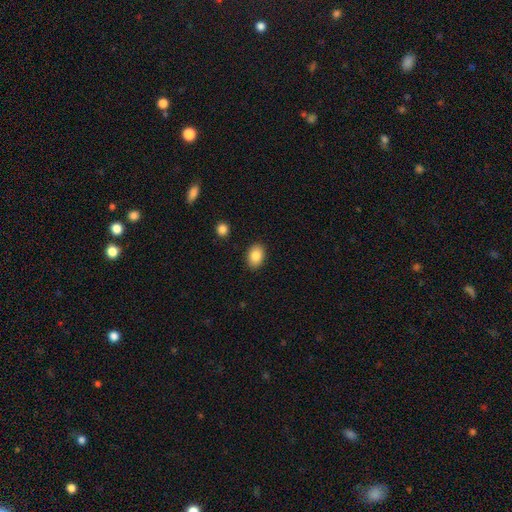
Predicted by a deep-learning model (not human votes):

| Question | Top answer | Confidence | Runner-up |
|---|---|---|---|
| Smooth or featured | smooth | 86% | star or artifact (7%) |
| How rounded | in between | 80% | round (19%) |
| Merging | none | 89% | minor disturbance (8%) |